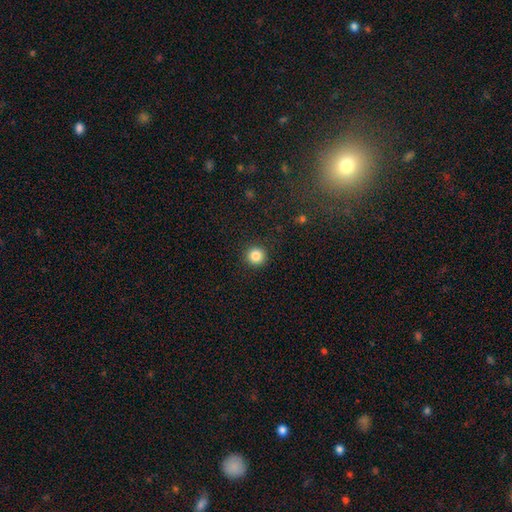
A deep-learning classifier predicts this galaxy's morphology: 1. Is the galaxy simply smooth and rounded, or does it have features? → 85% smooth, 10% star or artifact, 4% featured or disk.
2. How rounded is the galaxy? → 95% round, 4% in between, 1% cigar-shaped.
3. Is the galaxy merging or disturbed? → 92% none, 5% minor disturbance, 2% major disturbance, 1% merger.